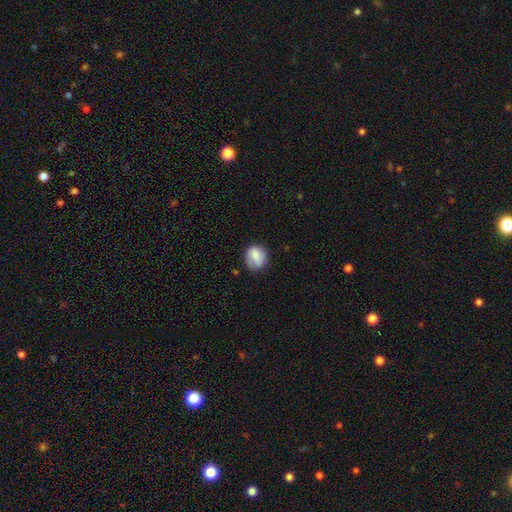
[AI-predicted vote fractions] Smooth or featured?
  - smooth: 78% *
  - featured or disk: 14%
  - star or artifact: 8%
How rounded?
  - round: 68% *
  - in between: 30%
  - cigar-shaped: 1%
Merging?
  - none: 67% *
  - minor disturbance: 23%
  - major disturbance: 7%
  - merger: 3%